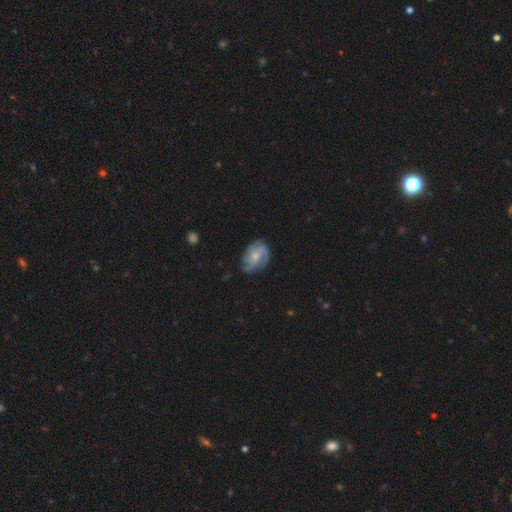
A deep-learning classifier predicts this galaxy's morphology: Smooth or featured?
  - featured or disk: 68% *
  - smooth: 25%
  - star or artifact: 7%
Edge-on disk?
  - no: 97% *
  - yes: 3%
Bar?
  - no: 73% *
  - weak: 24%
  - strong: 3%
Spiral arms?
  - yes: 90% *
  - no: 10%
Spiral winding?
  - medium: 44% *
  - tight: 37%
  - loose: 19%
Spiral arm count?
  - 3: 33% *
  - can't tell: 25%
  - 4: 18%
  - 2: 14%
  - more than 4: 5%
  - 1: 5%
Bulge size?
  - small: 46% *
  - moderate: 45%
  - none: 5%
  - large: 3%
  - dominant: 1%
Merging?
  - none: 67% *
  - minor disturbance: 23%
  - major disturbance: 9%
  - merger: 1%